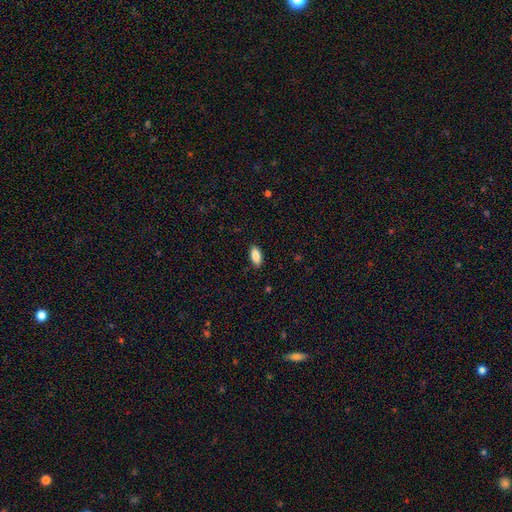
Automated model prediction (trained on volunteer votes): smooth 88%, star or artifact 7%, featured or disk 6%. Down the decision tree: how rounded — in between (89%); merging — none (88%).